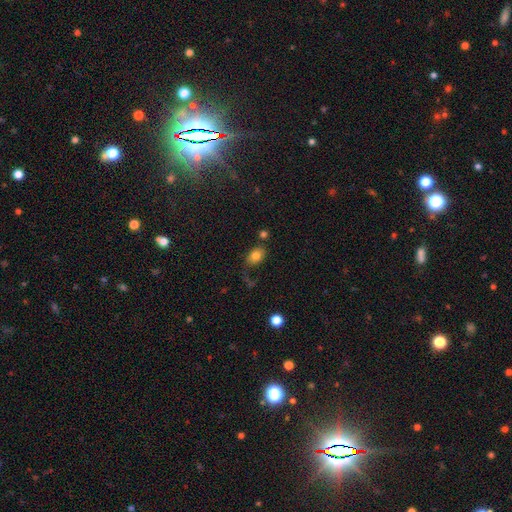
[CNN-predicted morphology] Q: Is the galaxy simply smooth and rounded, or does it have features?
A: smooth — 79%.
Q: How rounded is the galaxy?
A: in between — 78%.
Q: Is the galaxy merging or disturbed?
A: none — 59%.